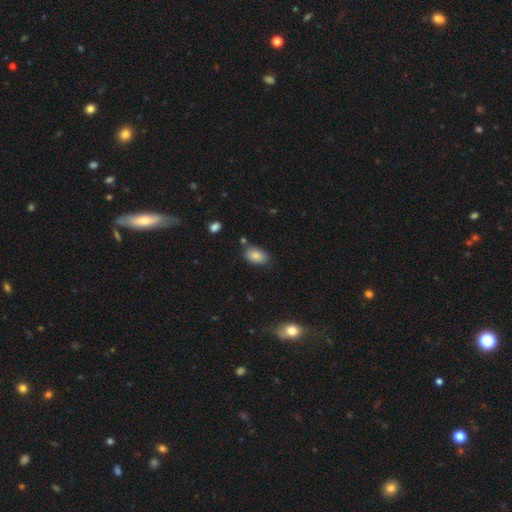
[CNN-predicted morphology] Q: Smooth or featured?
A: smooth (85%); runner-up: star or artifact (8%)
Q: How rounded?
A: in between (91%); runner-up: round (8%)
Q: Merging?
A: none (75%); runner-up: minor disturbance (17%)